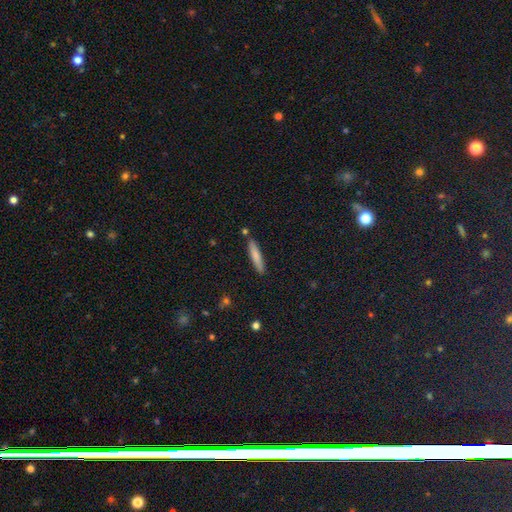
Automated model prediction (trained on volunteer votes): This appears to be a smooth galaxy with no disk features (77%) that is cigar-shaped (90%). Merging: none (85%).